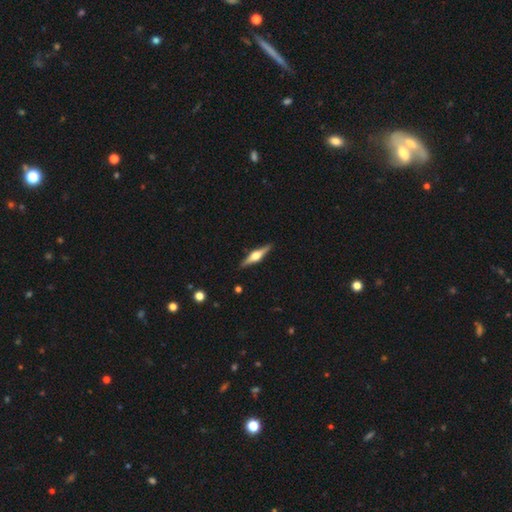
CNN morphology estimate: This is likely a featured or disk galaxy (74%). It is clearly viewed edge-on (98%). Edge-on bulge: clearly rounded (93%). Merging: clearly none (90%).